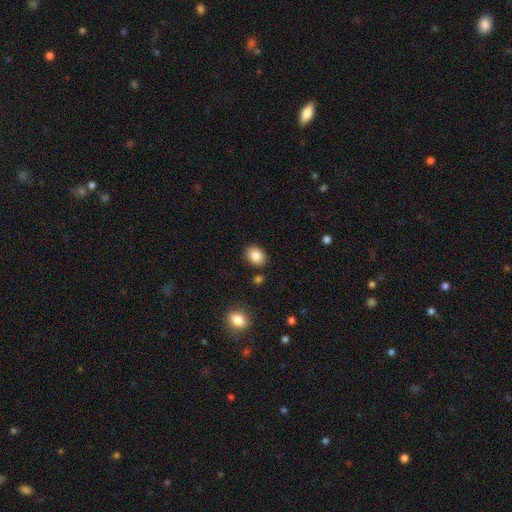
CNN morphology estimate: Smooth or featured? Predicted: smooth (p=0.86). How rounded? Predicted: in between (p=0.67). Merging? Predicted: none (p=0.85).